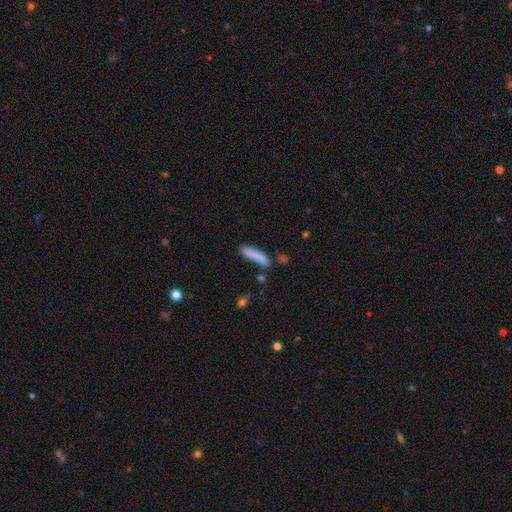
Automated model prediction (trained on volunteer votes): Smooth or featured?
  - smooth: 81% *
  - featured or disk: 12%
  - star or artifact: 7%
How rounded?
  - cigar-shaped: 75% *
  - in between: 23%
  - round: 2%
Merging?
  - none: 60% *
  - minor disturbance: 22%
  - merger: 10%
  - major disturbance: 8%